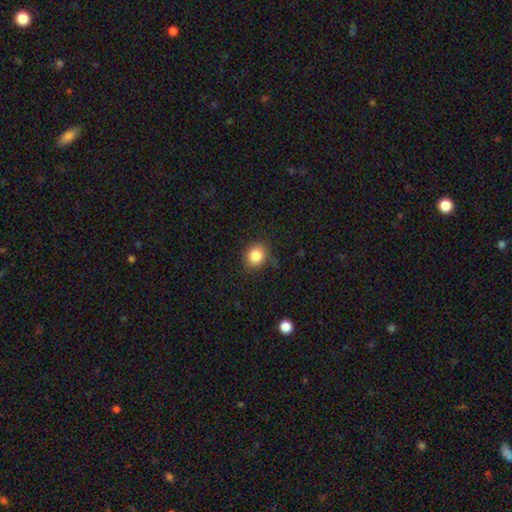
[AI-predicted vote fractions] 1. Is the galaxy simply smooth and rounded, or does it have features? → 84% smooth, 11% star or artifact, 6% featured or disk.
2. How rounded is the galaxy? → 71% round, 28% in between, 1% cigar-shaped.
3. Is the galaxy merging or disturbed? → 80% none, 15% minor disturbance, 4% major disturbance, 2% merger.